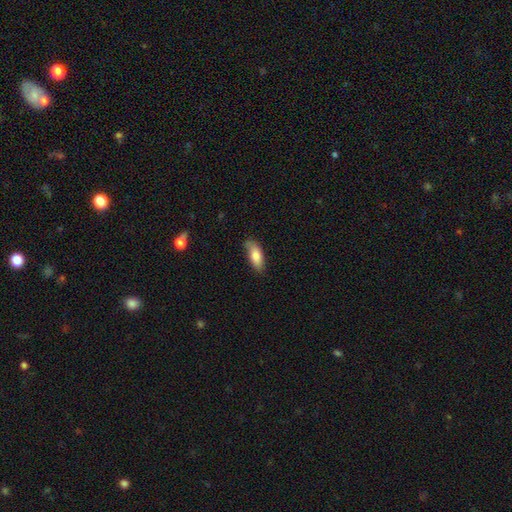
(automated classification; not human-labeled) Smooth or featured?
  - smooth: 80% *
  - featured or disk: 13%
  - star or artifact: 7%
How rounded?
  - in between: 79% *
  - cigar-shaped: 19%
  - round: 2%
Merging?
  - none: 69% *
  - minor disturbance: 25%
  - major disturbance: 4%
  - merger: 2%